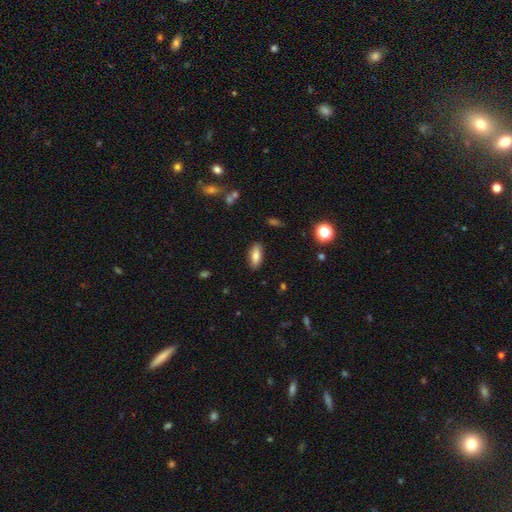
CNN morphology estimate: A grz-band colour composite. It shows a smooth galaxy with no disk features (78%) that is in between round and cigar-shaped (75%). Merging: none (87%).